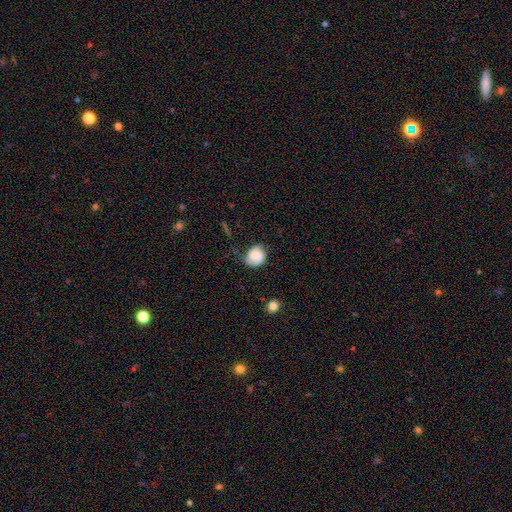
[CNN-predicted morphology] Smooth or featured? Predicted: smooth (p=0.50). How rounded? Predicted: round (p=0.62). Merging? Predicted: none (p=0.59).